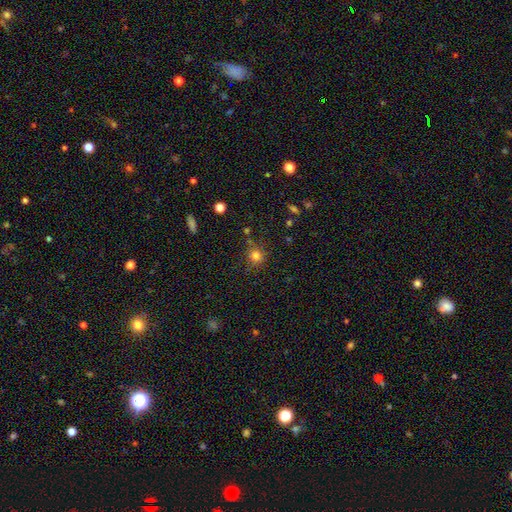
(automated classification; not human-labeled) The model was most divided on "merging": none: 75%, minor disturbance: 14%, merger: 6%, major disturbance: 5%. More confident: how rounded — round (90%); smooth or featured — smooth (78%).